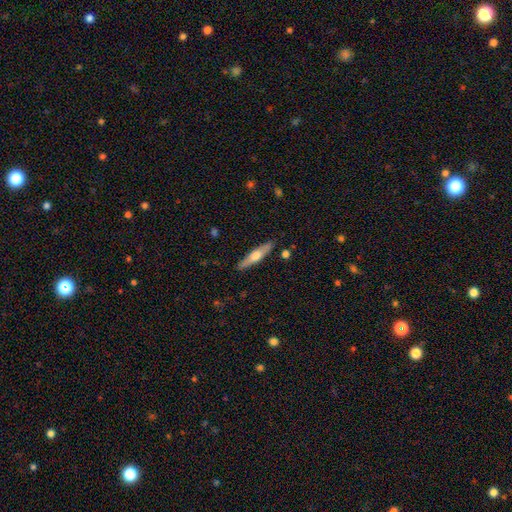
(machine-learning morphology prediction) smooth 47% (tied), featured or disk 47% (tied), star or artifact 5%. Down the decision tree: merging — none (88%).